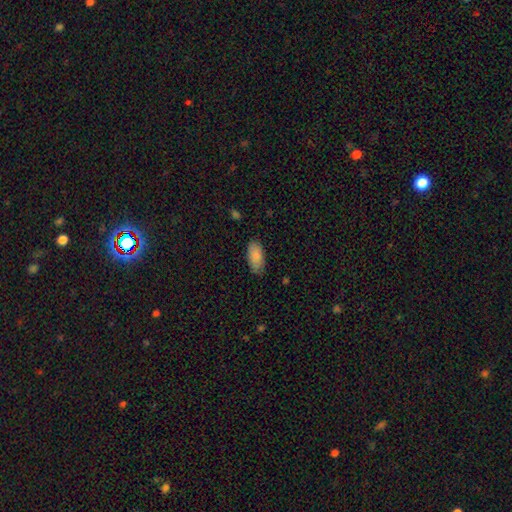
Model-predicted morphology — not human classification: A smooth galaxy with no disk features (85%) that is in between round and cigar-shaped (92%). Merging: none (80%).